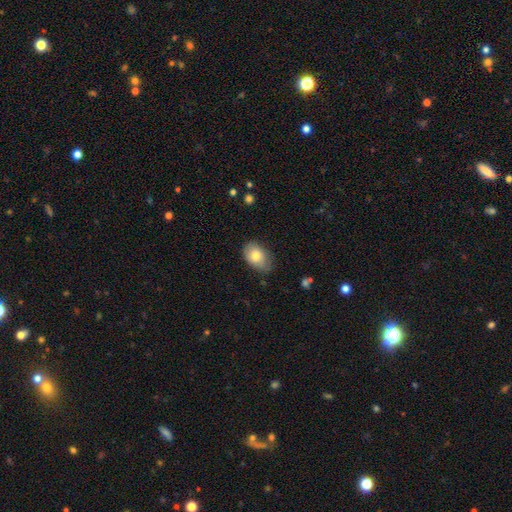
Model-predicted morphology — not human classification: Smooth or featured? Predicted: smooth (p=0.80). How rounded? Predicted: in between (p=0.87). Merging? Predicted: none (p=0.67).